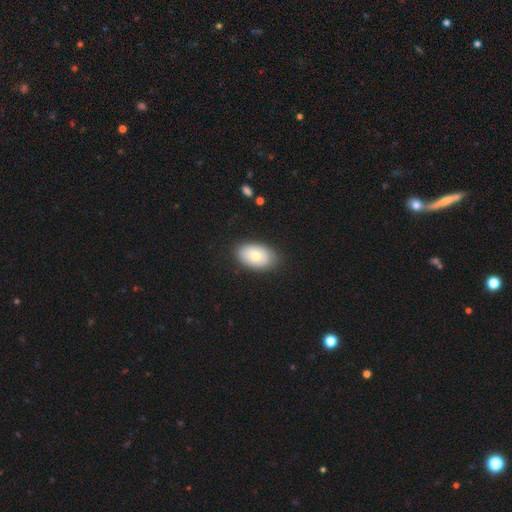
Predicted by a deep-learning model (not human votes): Q: Smooth or featured?
A: smooth (73%); runner-up: featured or disk (20%)
Q: How rounded?
A: in between (91%); runner-up: round (8%)
Q: Merging?
A: none (84%); runner-up: minor disturbance (12%)